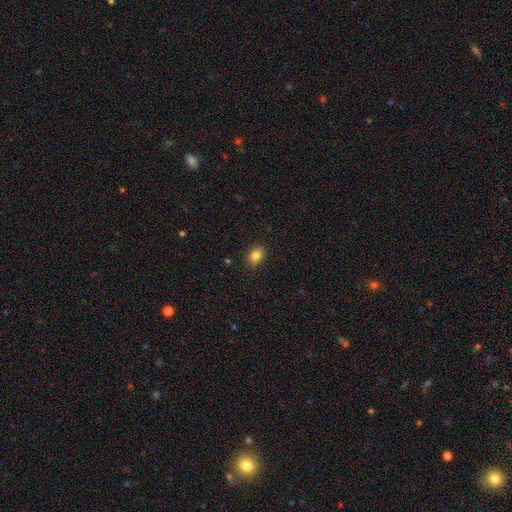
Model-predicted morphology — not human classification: smooth 83%, star or artifact 9%, featured or disk 7%. Down the decision tree: how rounded — in between (75%); merging — none (87%).